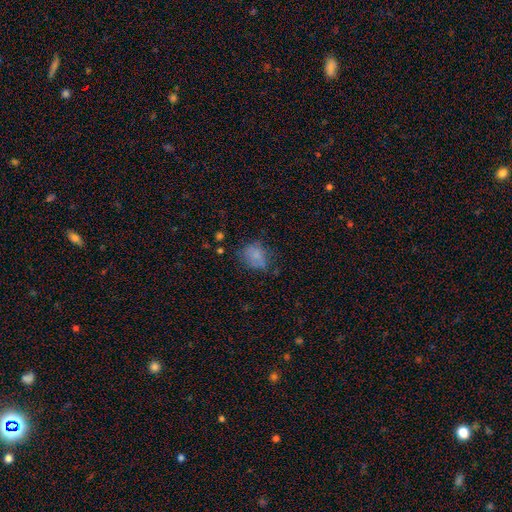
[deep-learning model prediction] Morphology: type=smooth (70%); roundness=round (51%); merging=none (56%).